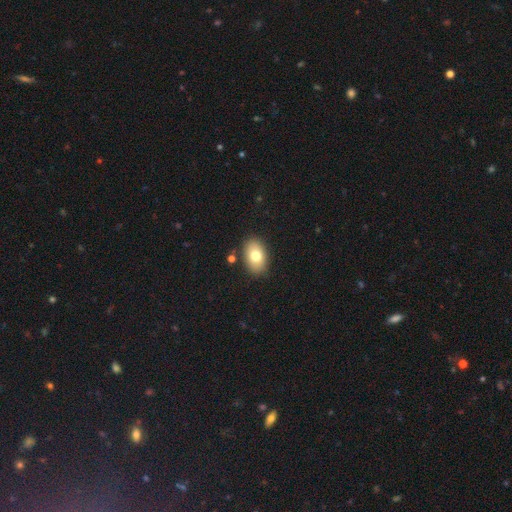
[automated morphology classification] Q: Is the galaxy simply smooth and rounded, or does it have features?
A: smooth — 76%.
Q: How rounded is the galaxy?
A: in between — 88%.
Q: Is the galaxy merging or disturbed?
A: none — 86%.